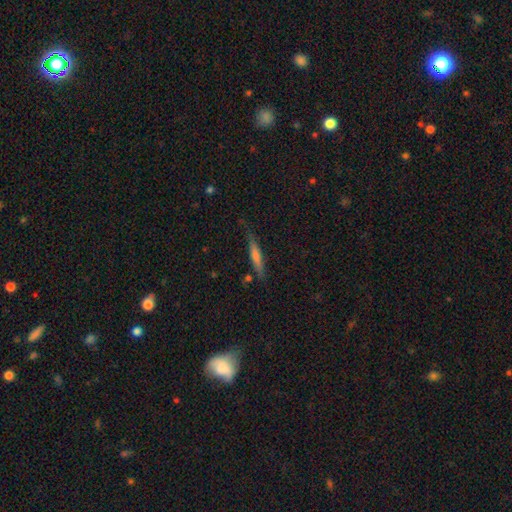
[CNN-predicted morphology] Smooth or featured?
  - featured or disk: 53% *
  - smooth: 37%
  - star or artifact: 10%
Edge-on disk?
  - yes: 94% *
  - no: 6%
Merging?
  - none: 81% *
  - minor disturbance: 14%
  - major disturbance: 3%
  - merger: 2%